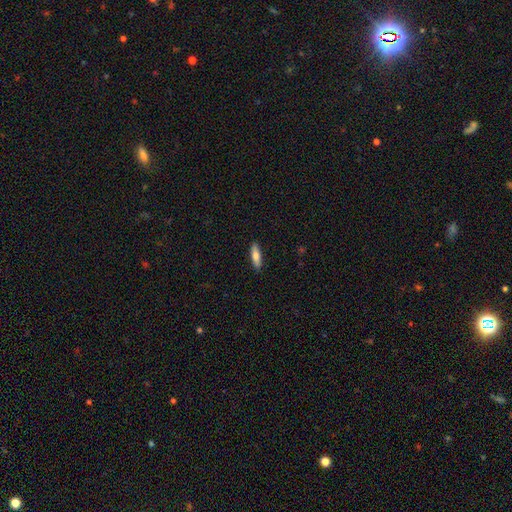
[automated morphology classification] Smooth or featured?
  - smooth: 72% *
  - featured or disk: 22%
  - star or artifact: 6%
How rounded?
  - cigar-shaped: 61% *
  - in between: 37%
  - round: 2%
Merging?
  - none: 90% *
  - minor disturbance: 7%
  - major disturbance: 2%
  - merger: 1%